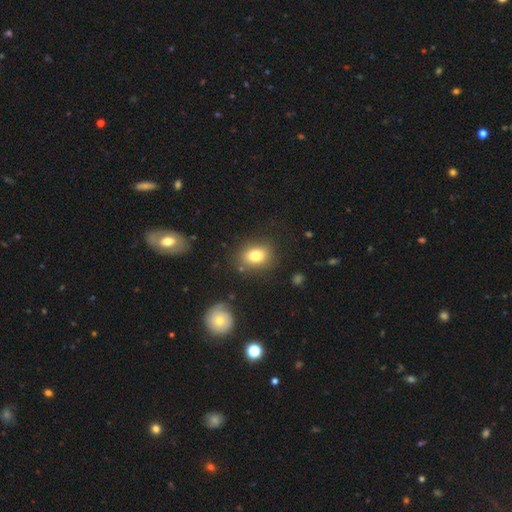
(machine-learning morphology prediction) This appears to be a smooth galaxy with no disk features (79%) that is in between round and cigar-shaped (57%). Merging: none (81%).